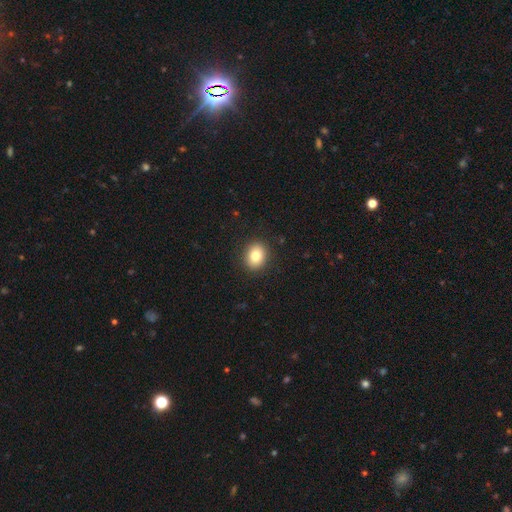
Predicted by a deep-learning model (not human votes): This appears to be a smooth galaxy with no disk features (83%) that is round (54%). Merging: none (90%).